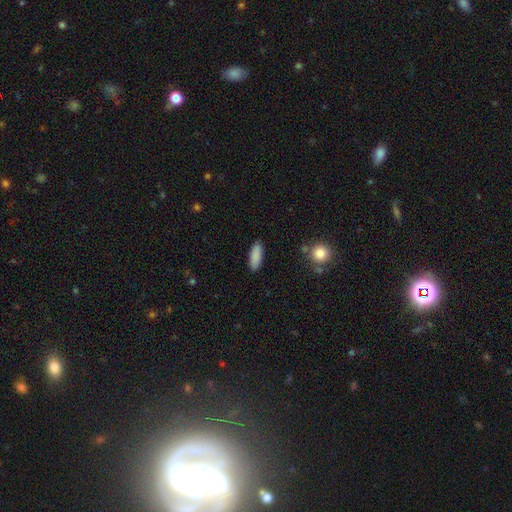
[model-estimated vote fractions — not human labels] Q: Smooth or featured?
A: smooth (89%); runner-up: star or artifact (6%)
Q: How rounded?
A: in between (68%); runner-up: cigar-shaped (30%)
Q: Merging?
A: none (87%); runner-up: minor disturbance (9%)